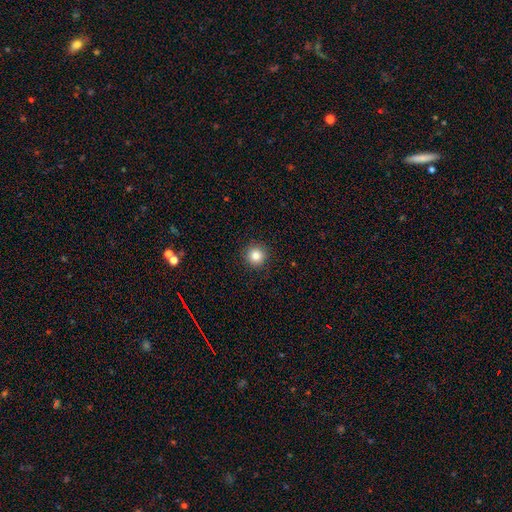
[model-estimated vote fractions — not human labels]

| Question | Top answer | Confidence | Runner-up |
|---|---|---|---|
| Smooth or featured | smooth | 83% | star or artifact (11%) |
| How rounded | round | 95% | in between (4%) |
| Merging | none | 91% | minor disturbance (6%) |